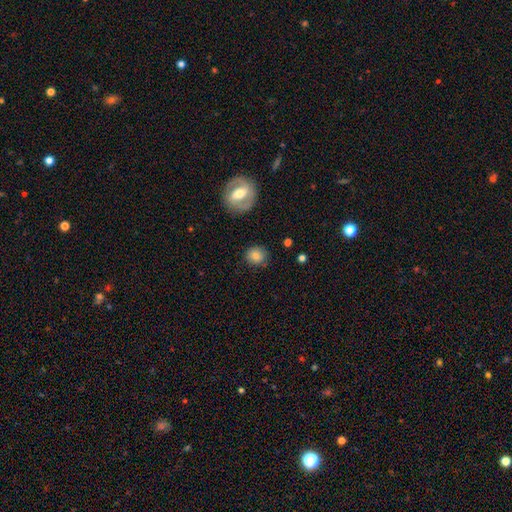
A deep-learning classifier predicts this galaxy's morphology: The model was most divided on "how rounded": round: 80%, in between: 19%, cigar-shaped: 1%. More confident: merging — none (83%); smooth or featured — smooth (78%).